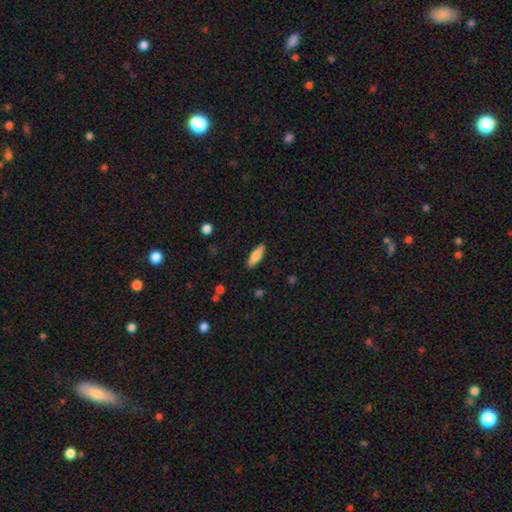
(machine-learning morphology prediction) Smooth or featured? Predicted: smooth (p=0.74). How rounded? Predicted: in between (p=0.54). Merging? Predicted: none (p=0.89).